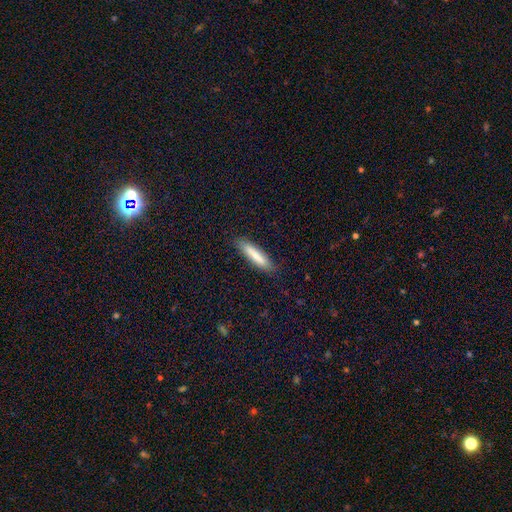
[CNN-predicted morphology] A smooth galaxy with no disk features (79%) that is cigar-shaped (83%).

Vote fractions:
- Smooth or featured? smooth: 79% / featured or disk: 14% / star or artifact: 6%
- How rounded? cigar-shaped: 83% / in between: 15% / round: 1%
- Merging? none: 85% / minor disturbance: 11% / major disturbance: 2% / merger: 1%